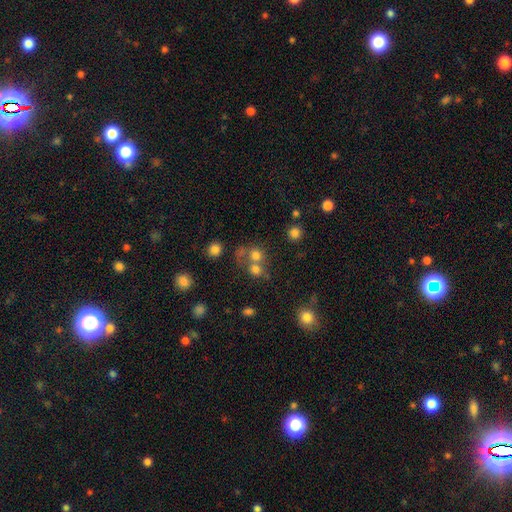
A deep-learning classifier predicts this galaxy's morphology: The model was most divided on "merging" (2-way tie): none: 44%, merger: 44%, minor disturbance: 7%, major disturbance: 5%. More confident: how rounded — round (84%); smooth or featured — smooth (70%).